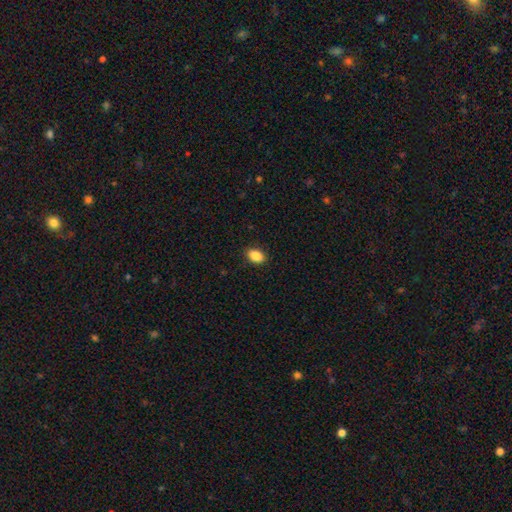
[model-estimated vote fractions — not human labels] Smooth or featured: smooth — 88% (star or artifact — 8%)
How rounded: in between — 87% (round — 12%)
Merging: none — 89% (minor disturbance — 8%)